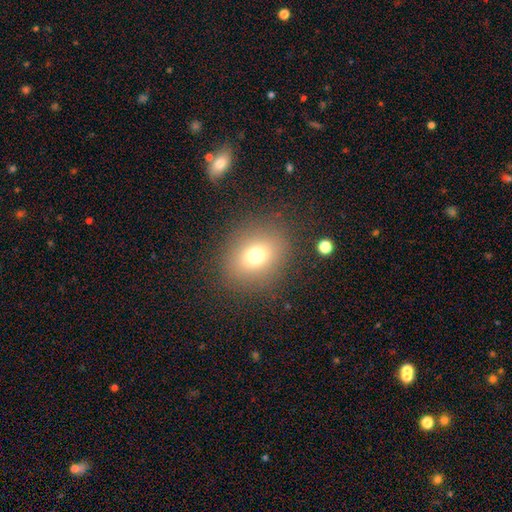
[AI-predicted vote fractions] The model was most divided on "how rounded": round: 58%, in between: 41%, cigar-shaped: 1%. More confident: merging — none (84%); smooth or featured — smooth (72%).